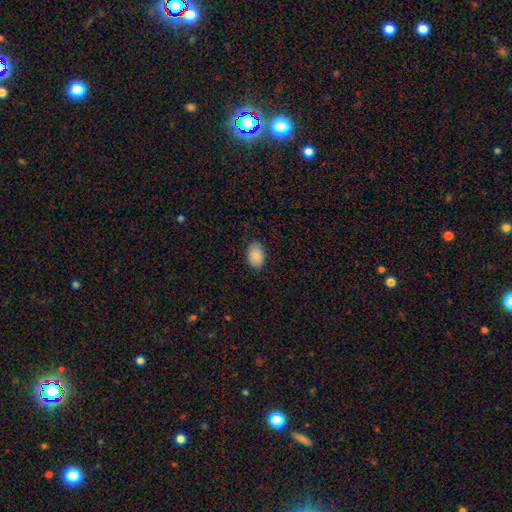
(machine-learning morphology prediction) This appears to be a smooth galaxy with no disk features (89%) that is in between round and cigar-shaped (87%). Merging: none (86%).